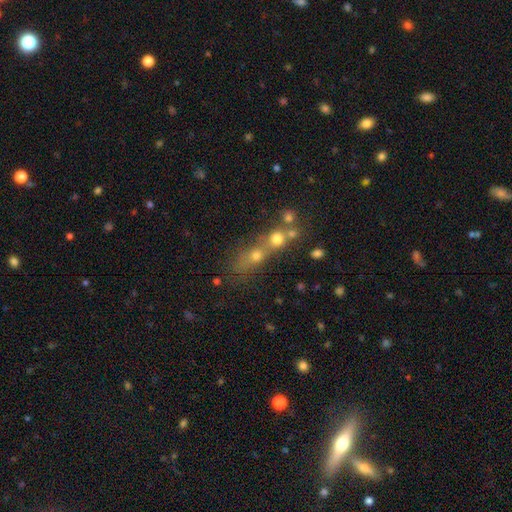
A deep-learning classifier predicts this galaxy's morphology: A smooth galaxy with no disk features (59%) that is round (47%). Merging: merger (57%).